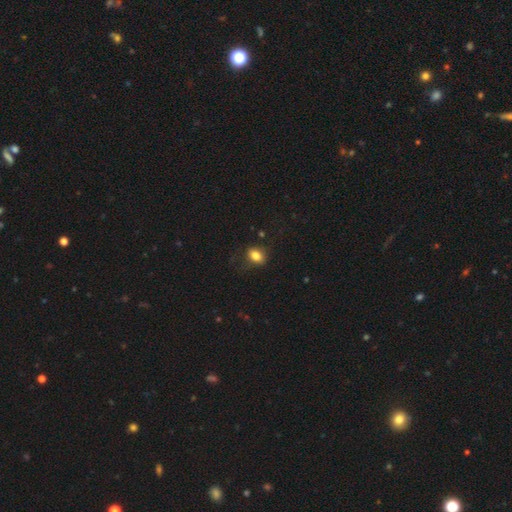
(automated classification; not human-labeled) smooth_or_featured: smooth (p=0.81) [alt: star or artifact p=0.10]
how_rounded: in between (p=0.69) [alt: round p=0.29]
merging: none (p=0.76) [alt: minor disturbance p=0.17]